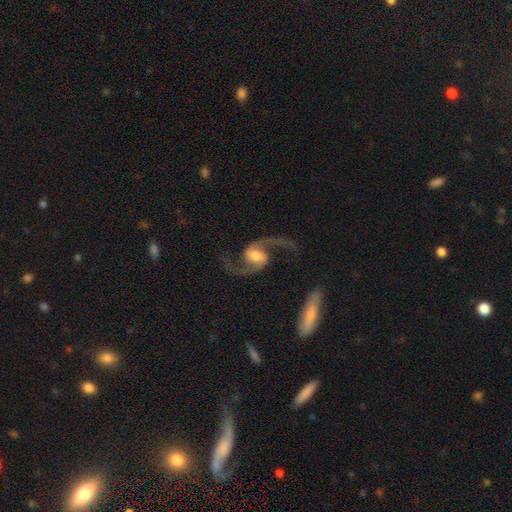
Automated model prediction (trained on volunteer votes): Smooth or featured? featured or disk (92%)
Edge-on disk? no (98%)
Bar? no (43%)
Spiral arms? yes (98%)
Spiral winding? loose (70%)
Spiral arm count? 2 (95%)
Bulge size? moderate (60%)
Merging? none (77%)